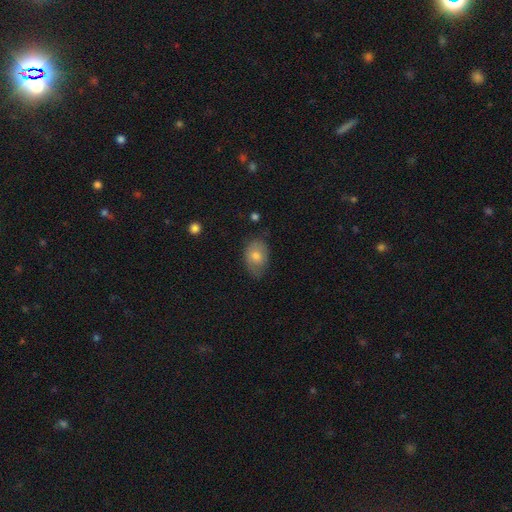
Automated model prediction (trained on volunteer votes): This is likely a smooth galaxy (70%). How rounded: clearly in between (80%). Merging: likely none (63%).